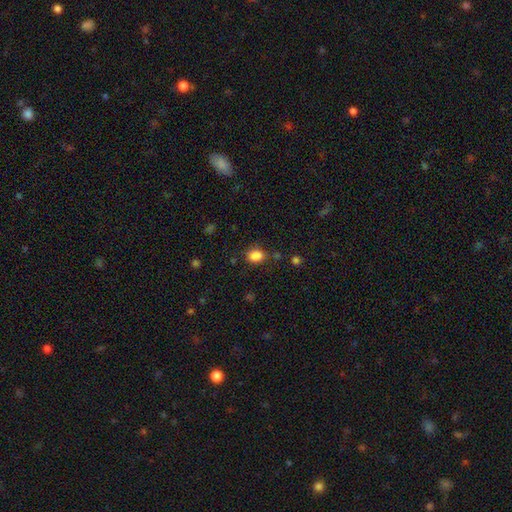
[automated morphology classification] Q: Smooth or featured?
A: smooth (83%); runner-up: star or artifact (12%)
Q: How rounded?
A: in between (58%); runner-up: round (41%)
Q: Merging?
A: none (67%); runner-up: minor disturbance (19%)